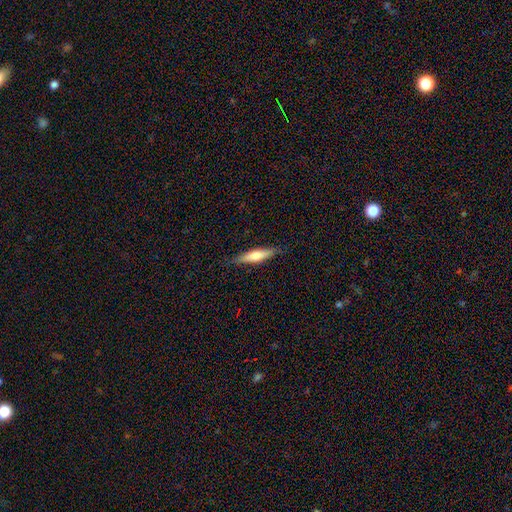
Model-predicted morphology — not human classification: A smooth galaxy with no disk features (56%) that is cigar-shaped (83%).

Vote fractions:
- Smooth or featured? smooth: 56% / featured or disk: 38% / star or artifact: 6%
- How rounded? cigar-shaped: 83% / in between: 16% / round: 2%
- Merging? none: 87% / minor disturbance: 10% / major disturbance: 2% / merger: 1%